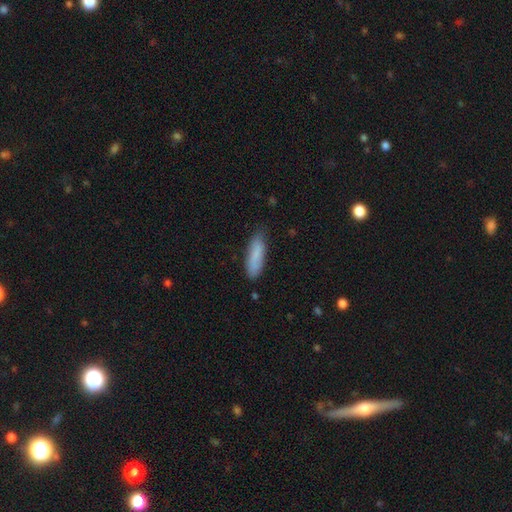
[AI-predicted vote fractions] Smooth or featured? Predicted: smooth (p=0.82). How rounded? Predicted: cigar-shaped (p=0.58). Merging? Predicted: none (p=0.78).